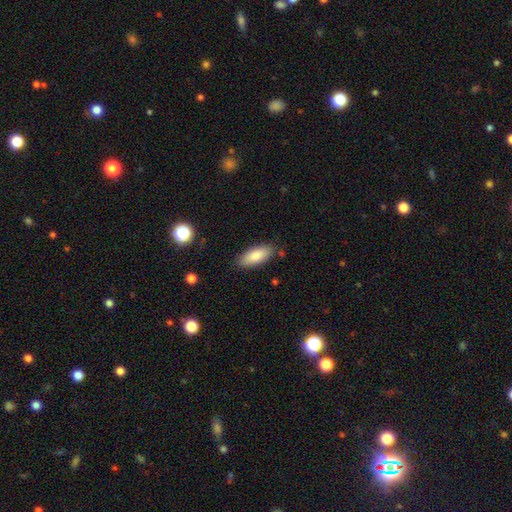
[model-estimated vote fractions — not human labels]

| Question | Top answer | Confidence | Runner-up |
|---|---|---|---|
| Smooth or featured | smooth | 84% | featured or disk (9%) |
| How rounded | in between | 80% | cigar-shaped (18%) |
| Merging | none | 83% | minor disturbance (12%) |